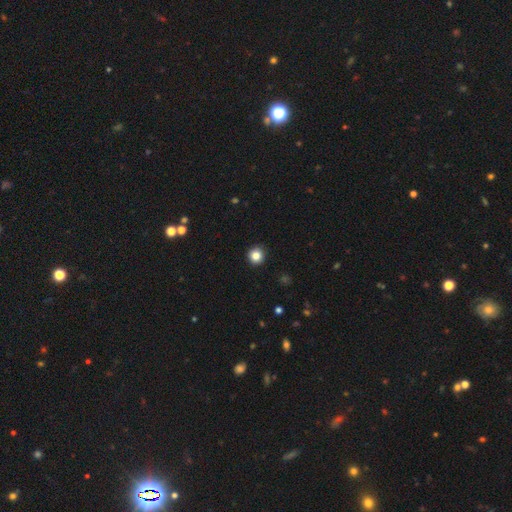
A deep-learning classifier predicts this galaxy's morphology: Smooth or featured? Predicted: smooth (p=0.84). How rounded? Predicted: round (p=0.95). Merging? Predicted: none (p=0.93).